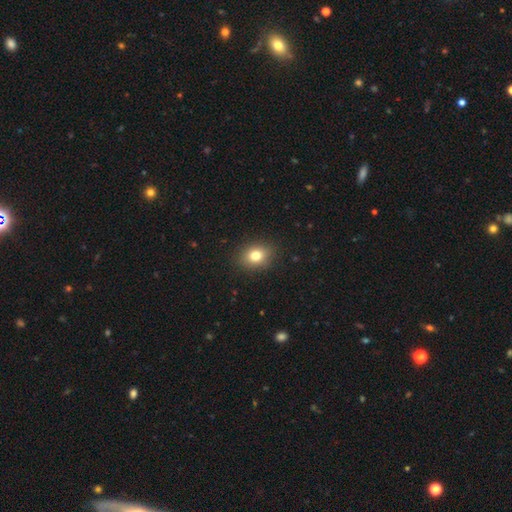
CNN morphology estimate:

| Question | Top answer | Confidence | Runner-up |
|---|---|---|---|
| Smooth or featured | smooth | 79% | star or artifact (12%) |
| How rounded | in between | 51% | round (48%) |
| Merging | none | 89% | minor disturbance (8%) |